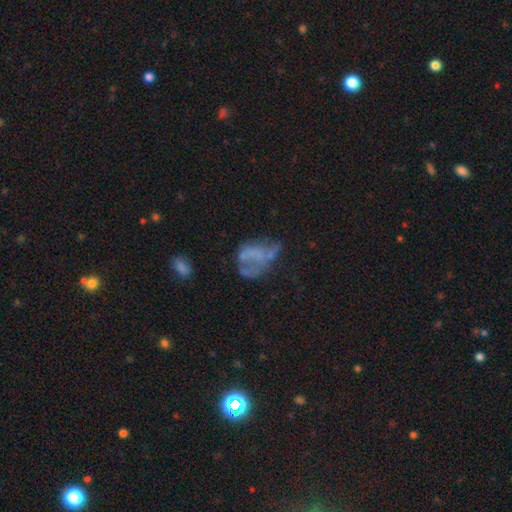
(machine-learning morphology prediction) The model was most divided on "merging": major disturbance: 36%, none: 31%, minor disturbance: 21%, merger: 12%. Remaining: smooth or featured — featured or disk (48%).